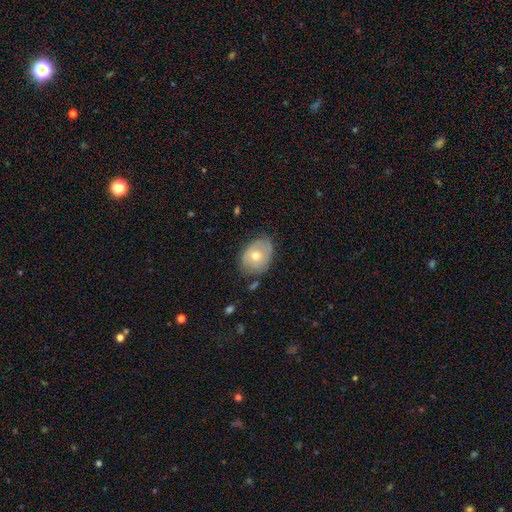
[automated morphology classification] Overall: smooth (61%; featured or disk 32%). How rounded: in between (61%; round 38%). Merging: none (65%; minor disturbance 27%).